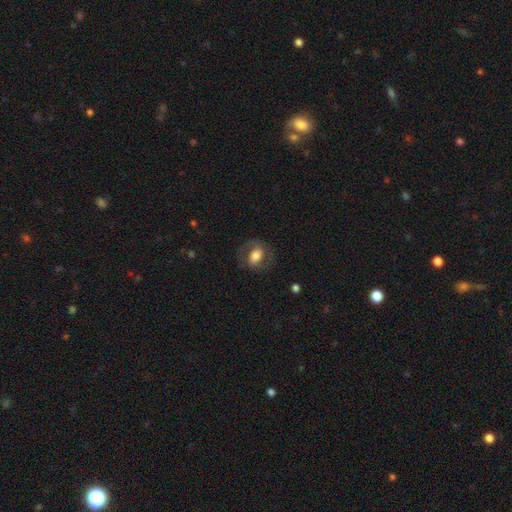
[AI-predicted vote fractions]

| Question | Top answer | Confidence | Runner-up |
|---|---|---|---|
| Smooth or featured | smooth | 48% | featured or disk (44%) |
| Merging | none | 71% | minor disturbance (15%) |